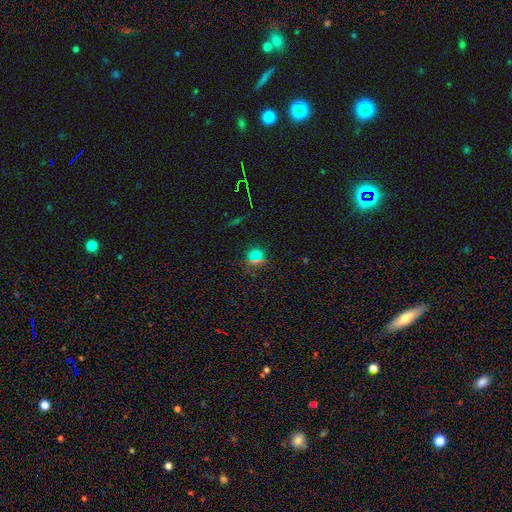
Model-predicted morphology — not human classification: Smooth or featured? smooth (53%)
How rounded? round (89%)
Merging? none (81%)